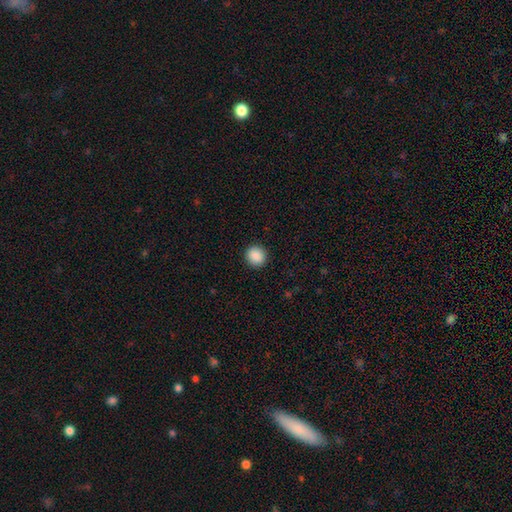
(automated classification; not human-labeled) Smooth or featured?
  - smooth: 89% *
  - star or artifact: 8%
  - featured or disk: 2%
How rounded?
  - round: 88% *
  - in between: 12%
  - cigar-shaped: 1%
Merging?
  - none: 92% *
  - minor disturbance: 5%
  - major disturbance: 2%
  - merger: 1%